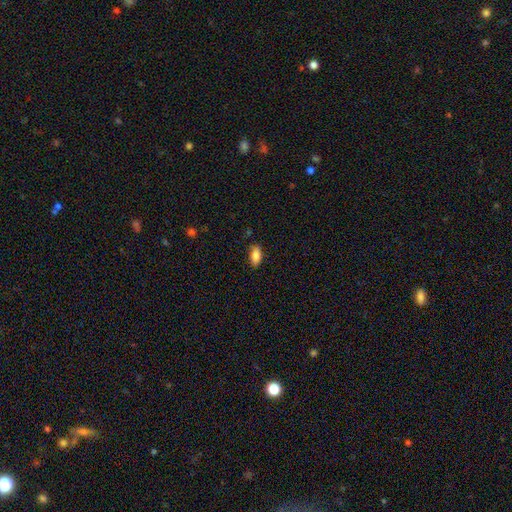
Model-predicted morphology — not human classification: Smooth or featured? smooth (84%)
How rounded? in between (88%)
Merging? none (83%)